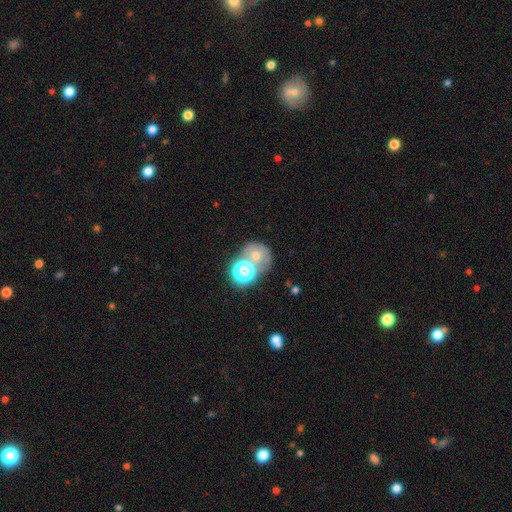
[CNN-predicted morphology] A smooth galaxy with no disk features (42%).

Vote fractions:
- Smooth or featured? smooth: 42% / star or artifact: 36% / featured or disk: 23%
- Merging? none: 46% / merger: 33% / minor disturbance: 12% / major disturbance: 9%